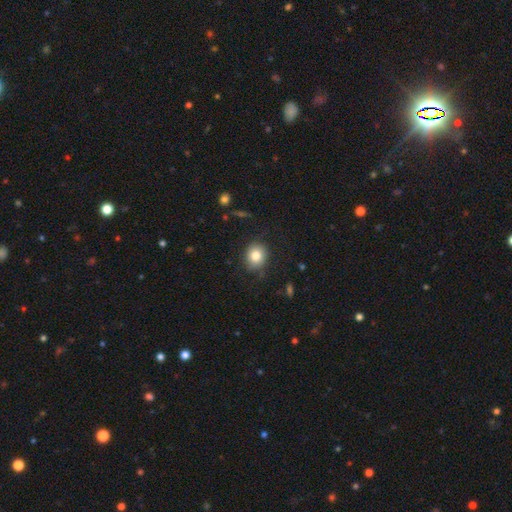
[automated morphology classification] This is clearly a smooth galaxy (82%). How rounded: likely round (70%). Merging: clearly none (81%).